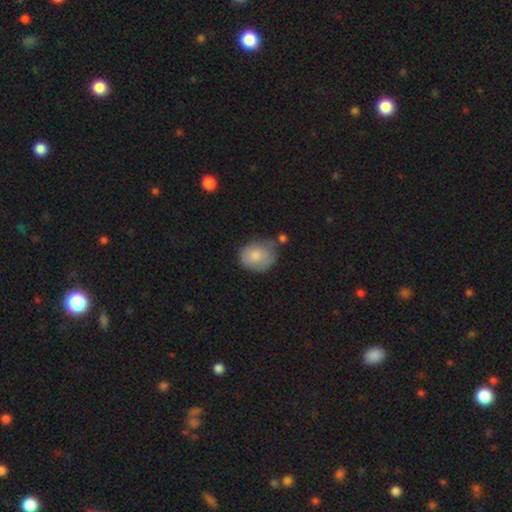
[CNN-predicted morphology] This appears to be a smooth galaxy with no disk features (78%) that is round (55%). Merging: none (51%).